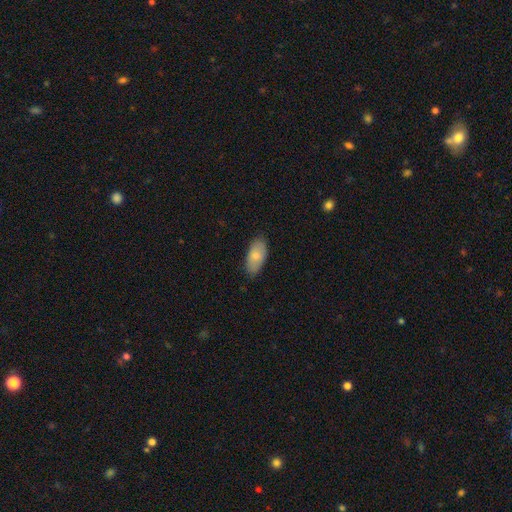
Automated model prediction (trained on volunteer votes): Overall: smooth (79%). How rounded: in between (93%). Merging: none (82%).